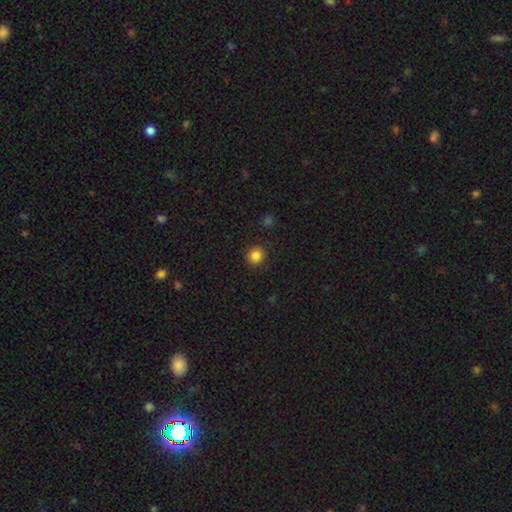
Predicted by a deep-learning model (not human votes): Morphology: type=smooth (85%); roundness=round (87%); merging=none (90%).